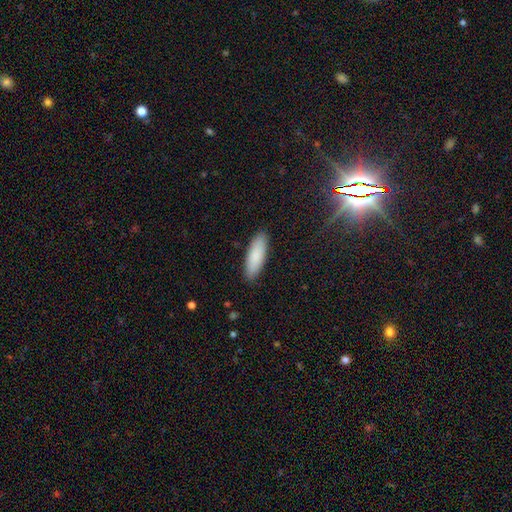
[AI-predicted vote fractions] smooth_or_featured: smooth (p=0.87) [alt: featured or disk p=0.07]
how_rounded: in between (p=0.50) [alt: cigar-shaped p=0.48]
merging: none (p=0.90) [alt: minor disturbance p=0.08]